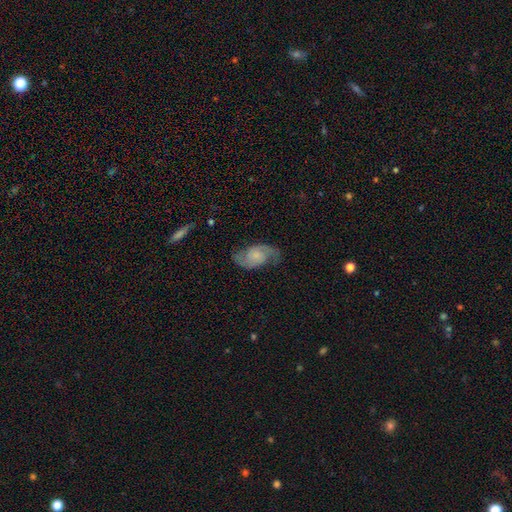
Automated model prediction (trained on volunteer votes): featured or disk 78%, smooth 15%, star or artifact 7%. Down the decision tree: edge-on disk — no (96%); bar — no (64%); spiral arms — yes (95%); spiral arm count — 2 (91%); spiral winding — medium (49%); bulge size — small (44%); merging — none (74%).